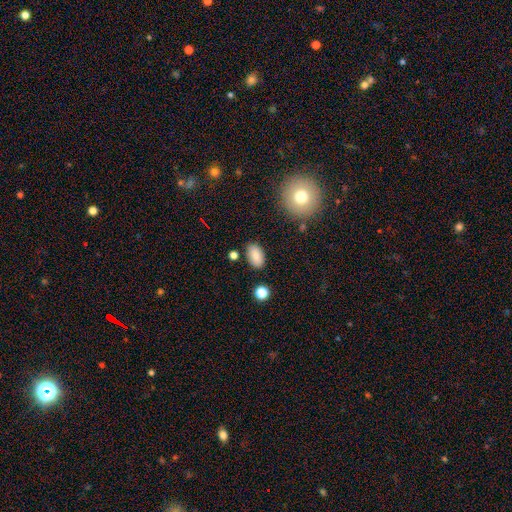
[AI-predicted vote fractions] smooth-or-featured: smooth: 85% | star or artifact: 9% | featured or disk: 6%
  how-rounded: in between: 92% | round: 6% | cigar-shaped: 2%
  merging: none: 84% | minor disturbance: 11% | major disturbance: 3% | merger: 3%